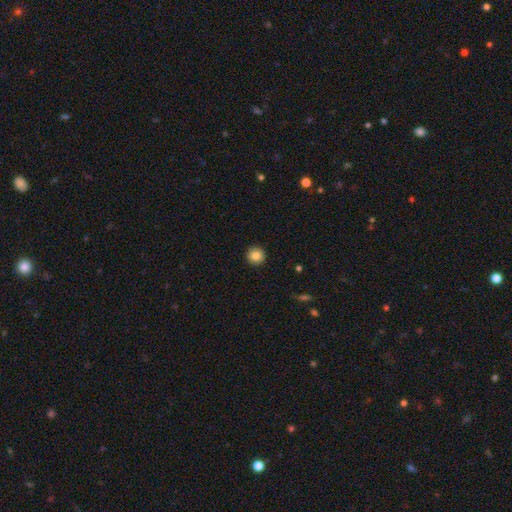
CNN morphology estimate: Q: Smooth or featured?
A: smooth (84%); runner-up: star or artifact (9%)
Q: How rounded?
A: round (95%); runner-up: in between (4%)
Q: Merging?
A: none (93%); runner-up: minor disturbance (5%)